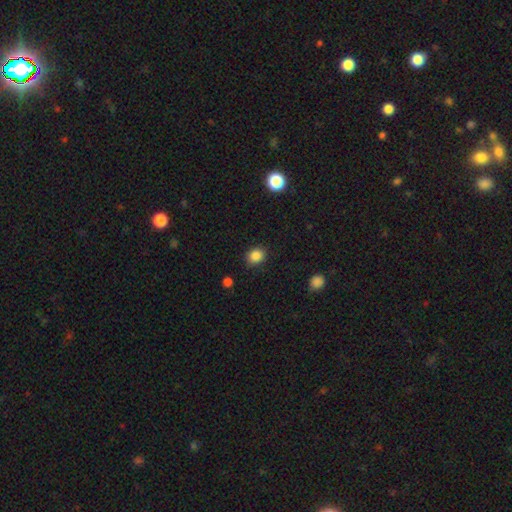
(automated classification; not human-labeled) smooth_or_featured: smooth (p=0.86) [alt: star or artifact p=0.10]
how_rounded: round (p=0.62) [alt: in between p=0.37]
merging: none (p=0.87) [alt: minor disturbance p=0.09]